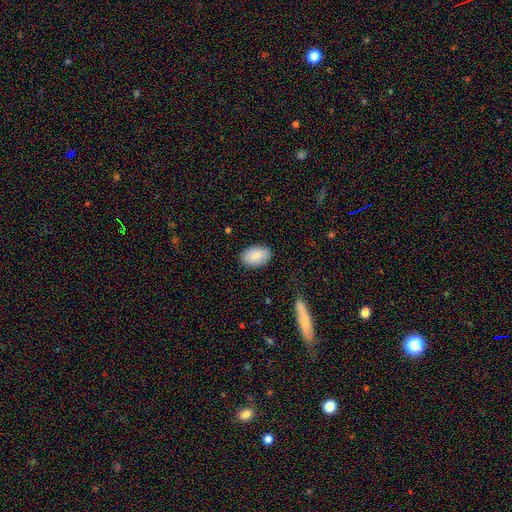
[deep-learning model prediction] Smooth or featured? Predicted: smooth (p=0.85). How rounded? Predicted: in between (p=0.91). Merging? Predicted: none (p=0.87).